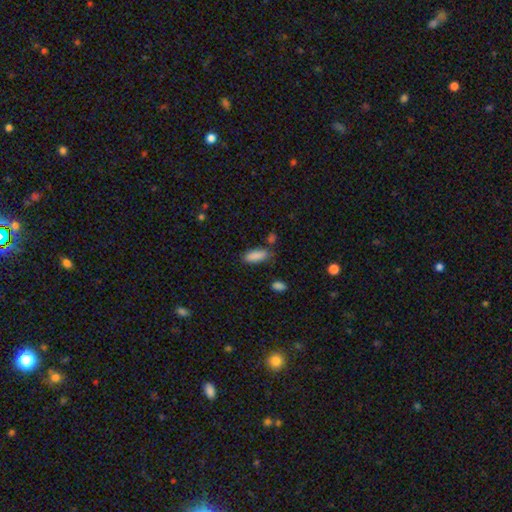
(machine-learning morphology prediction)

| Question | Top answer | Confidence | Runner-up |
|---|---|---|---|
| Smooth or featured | smooth | 88% | star or artifact (7%) |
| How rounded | in between | 74% | cigar-shaped (24%) |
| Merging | none | 75% | minor disturbance (16%) |